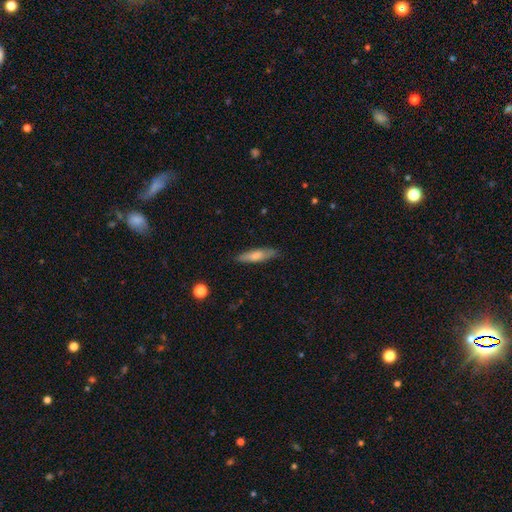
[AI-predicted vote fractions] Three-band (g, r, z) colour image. It shows a smooth galaxy with no disk features (68%) that is cigar-shaped (71%). Merging: none (84%).